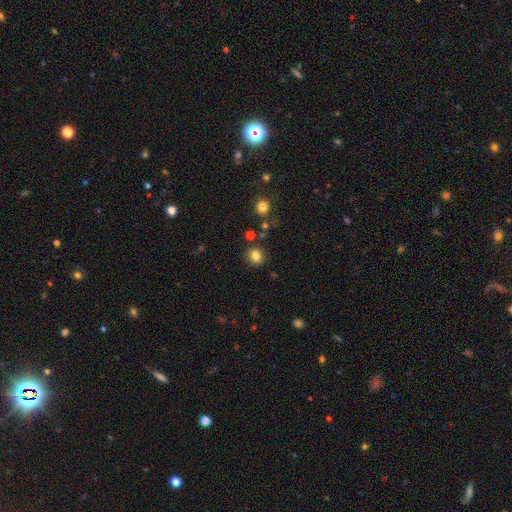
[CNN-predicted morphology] A smooth galaxy with no disk features (82%) that is round (83%). Merging: none (85%).